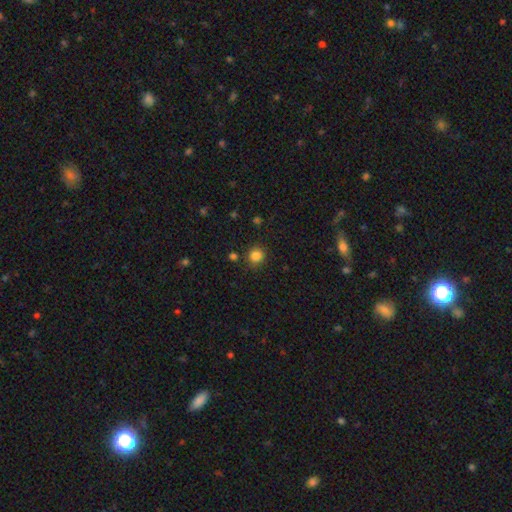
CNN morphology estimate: Smooth or featured? smooth (83%)
How rounded? round (88%)
Merging? none (86%)